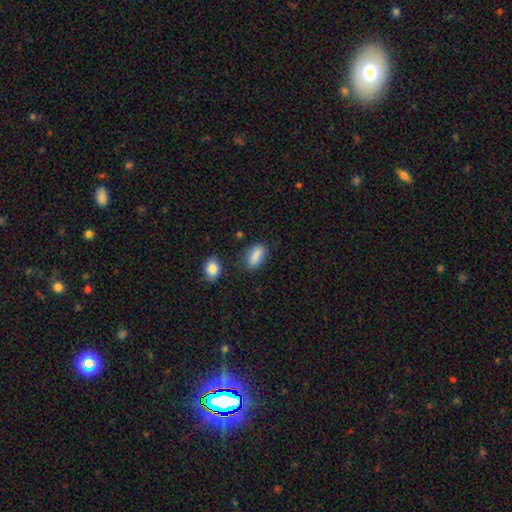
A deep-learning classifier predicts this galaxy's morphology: Smooth or featured? Predicted: smooth (p=0.87). How rounded? Predicted: in between (p=0.86). Merging? Predicted: none (p=0.78).